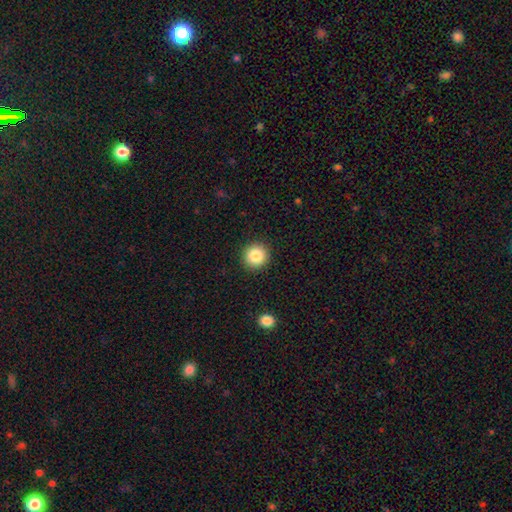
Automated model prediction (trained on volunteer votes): Smooth or featured? Predicted: smooth (p=0.85). How rounded? Predicted: round (p=0.94). Merging? Predicted: none (p=0.92).